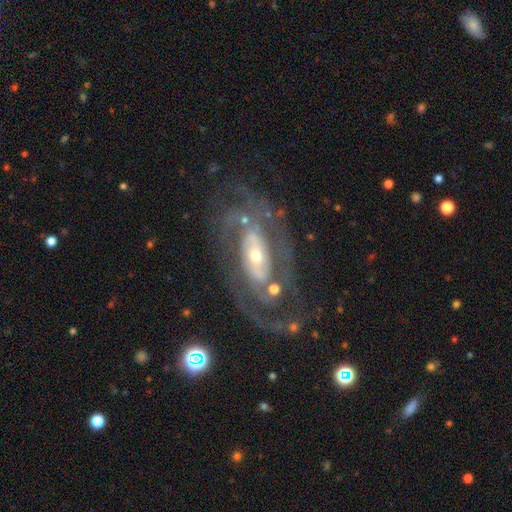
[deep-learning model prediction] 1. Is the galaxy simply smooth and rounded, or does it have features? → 87% featured or disk, 8% smooth, 6% star or artifact.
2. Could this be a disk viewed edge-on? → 94% no, 6% yes.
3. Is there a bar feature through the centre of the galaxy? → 53% no, 27% weak, 20% strong.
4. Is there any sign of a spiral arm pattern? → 90% yes, 10% no.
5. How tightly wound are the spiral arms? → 52% tight, 36% medium, 12% loose.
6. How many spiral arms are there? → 42% 2, 28% can't tell, 13% 3, 6% 4, 6% 1, 5% more than 4.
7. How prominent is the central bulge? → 54% small, 38% moderate, 5% large, 1% none, 1% dominant.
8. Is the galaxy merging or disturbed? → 65% none, 16% minor disturbance, 15% major disturbance, 3% merger.